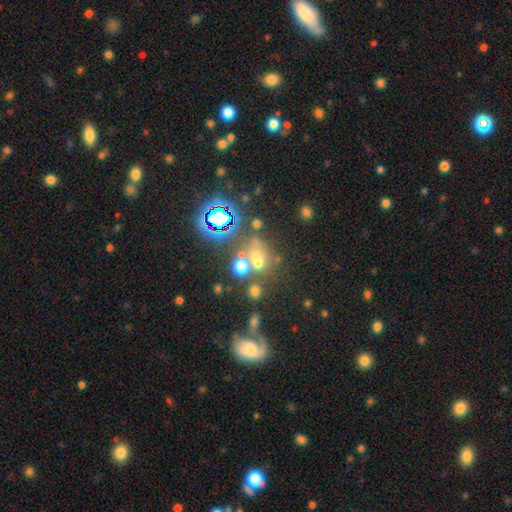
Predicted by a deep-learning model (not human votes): Q: Smooth or featured?
A: smooth (43%); runner-up: star or artifact (41%)
Q: Merging?
A: none (49%); runner-up: merger (28%)